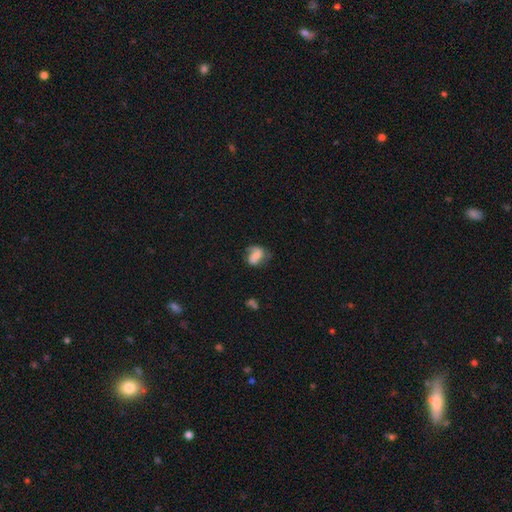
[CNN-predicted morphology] A featured or disk galaxy (46%). Merging: none (48%).